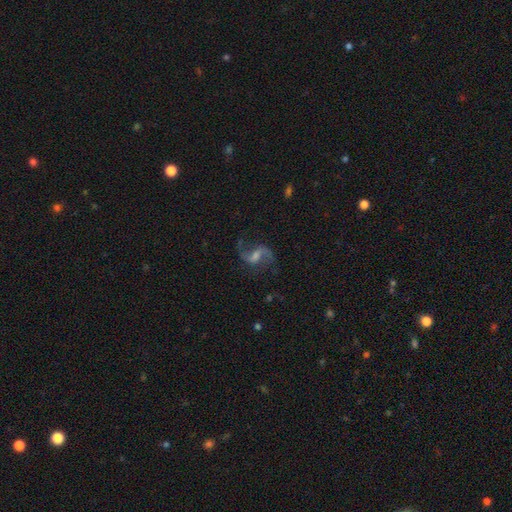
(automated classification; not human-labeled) Smooth or featured? Predicted: featured or disk (p=0.84). Edge-on disk? Predicted: no (p=0.97). Bar? Predicted: weak (p=0.53). Spiral arms? Predicted: yes (p=0.96). Spiral winding? Predicted: loose (p=0.70). Spiral arm count? Predicted: 2 (p=0.92). Bulge size? Predicted: moderate (p=0.39). Merging? Predicted: none (p=0.74).